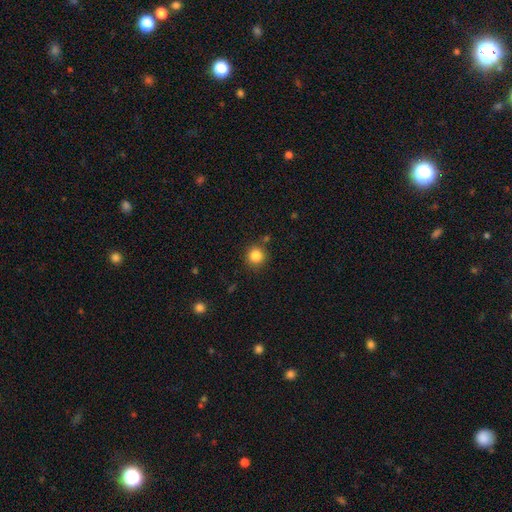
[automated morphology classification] This is clearly a smooth galaxy (84%). How rounded: clearly round (94%). Merging: clearly none (86%).